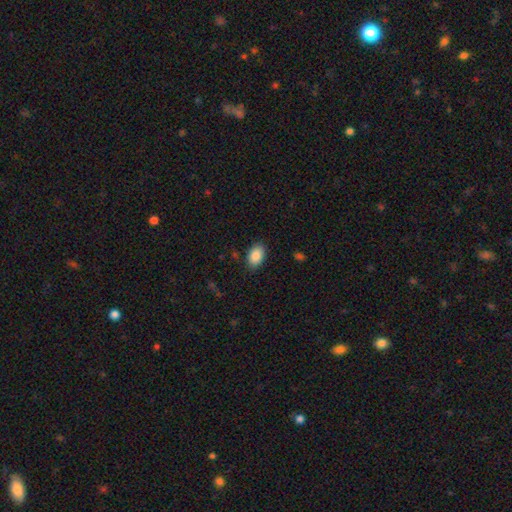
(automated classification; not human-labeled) Smooth or featured? Predicted: smooth (p=0.88). How rounded? Predicted: in between (p=0.89). Merging? Predicted: none (p=0.86).